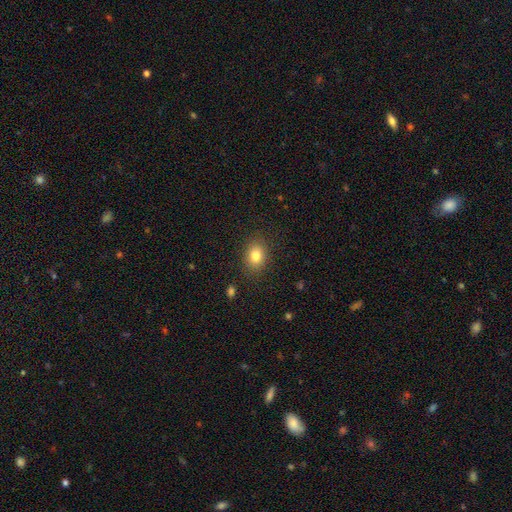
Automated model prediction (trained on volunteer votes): smooth 82%, star or artifact 10%, featured or disk 8%. Down the decision tree: how rounded — in between (62%); merging — none (86%).